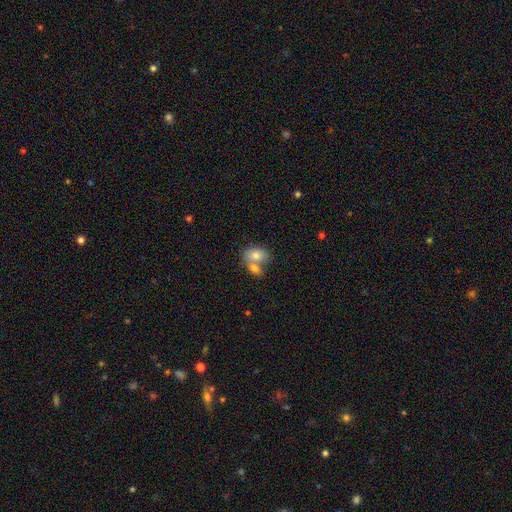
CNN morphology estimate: Smooth or featured?
  - smooth: 77% *
  - featured or disk: 15%
  - star or artifact: 8%
How rounded?
  - in between: 77% *
  - round: 22%
  - cigar-shaped: 1%
Merging?
  - merger: 56% *
  - none: 31%
  - minor disturbance: 10%
  - major disturbance: 4%